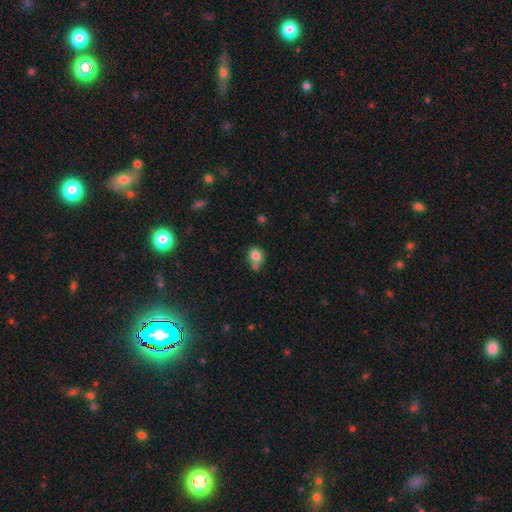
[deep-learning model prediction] This appears to be a smooth galaxy with no disk features (81%) that is round (69%). Merging: none (51%).